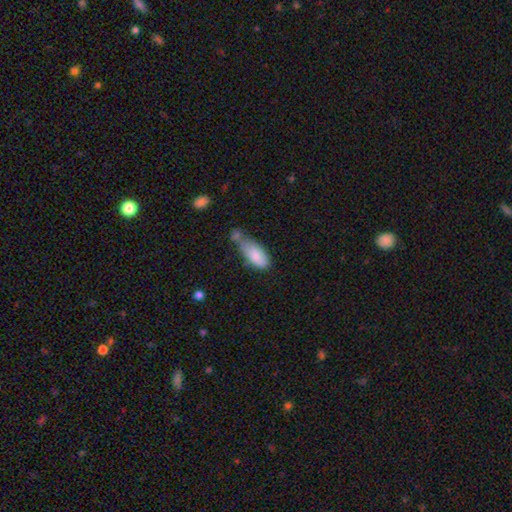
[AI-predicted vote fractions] smooth_or_featured: smooth (p=0.80) [alt: featured or disk p=0.13]
how_rounded: in between (p=0.88) [alt: cigar-shaped p=0.10]
merging: none (p=0.32) [alt: merger p=0.29]